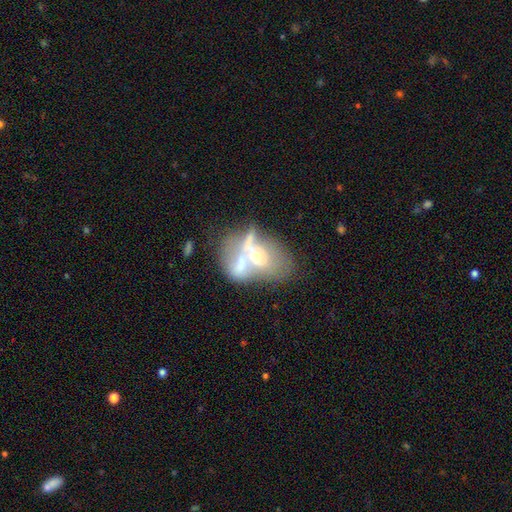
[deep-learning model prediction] This appears to be a featured or disk galaxy (51%). Merging: merger (65%).